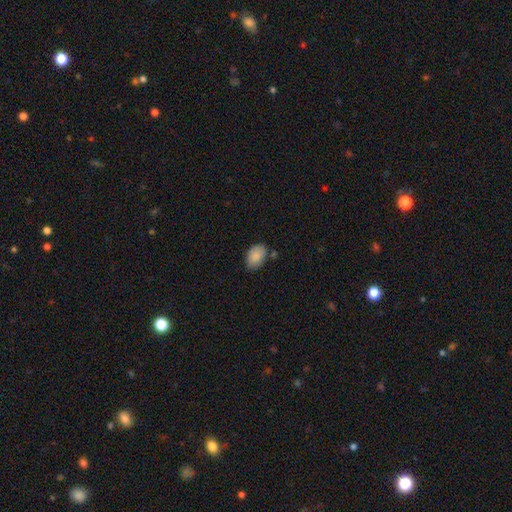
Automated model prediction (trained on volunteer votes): Morphology: type=smooth (87%); roundness=in between (88%); merging=none (73%).